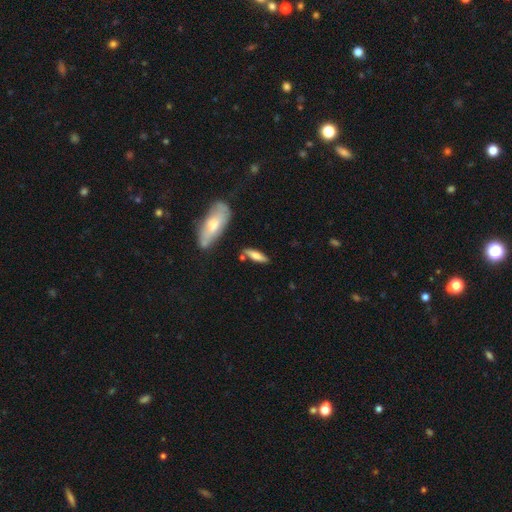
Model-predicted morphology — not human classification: This is likely a smooth galaxy (66%). How rounded: likely cigar-shaped (62%). Merging: likely none (75%).